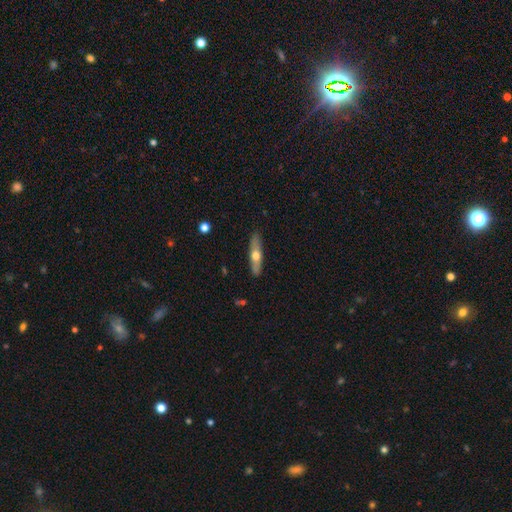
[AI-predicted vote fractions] Q: Smooth or featured?
A: smooth (48%); runner-up: featured or disk (47%)
Q: Merging?
A: none (88%); runner-up: minor disturbance (9%)